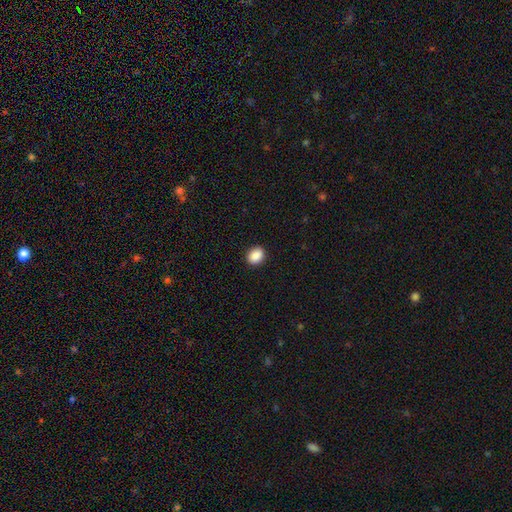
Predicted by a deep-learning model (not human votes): Smooth or featured? smooth (89%)
How rounded? in between (53%)
Merging? none (91%)